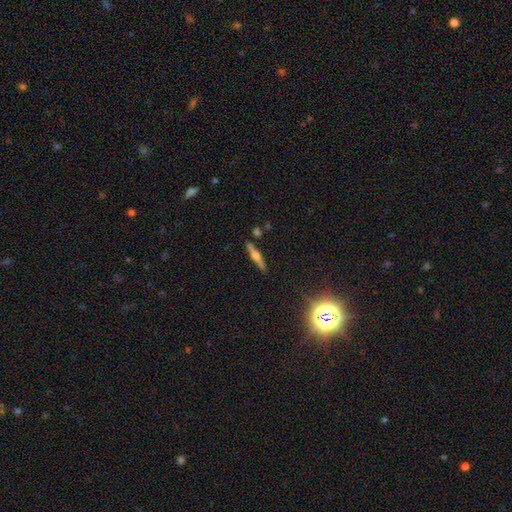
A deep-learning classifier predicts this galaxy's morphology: Smooth or featured? Predicted: featured or disk (p=0.69). Edge-on disk? Predicted: yes (p=0.97). Edge-on bulge? Predicted: rounded (p=0.90). Merging? Predicted: none (p=0.88).